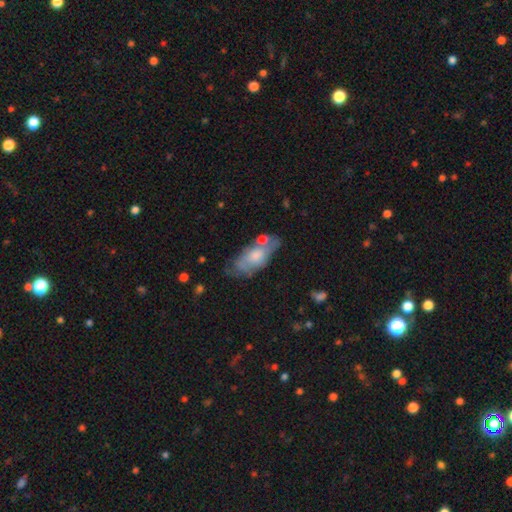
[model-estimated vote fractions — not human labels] smooth 51%, featured or disk 42%, star or artifact 7%. Down the decision tree: how rounded — in between (85%); merging — none (41%).